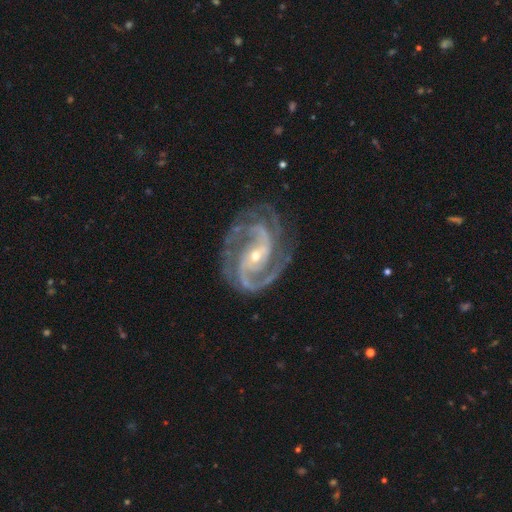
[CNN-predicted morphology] The model was most divided on "bar": no: 41%, weak: 34%, strong: 25%. More confident: spiral arms — yes (99%); edge-on disk — no (98%); smooth or featured — featured or disk (93%); merging — none (72%); spiral arm count — 2 (68%); bulge size — small (65%); spiral winding — medium (52%).